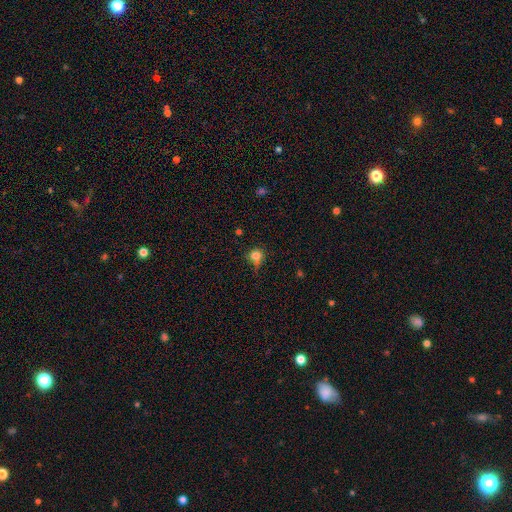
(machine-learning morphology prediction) Overall: smooth (77%). How rounded: round (76%). Merging: none (45%; minor disturbance 33%).